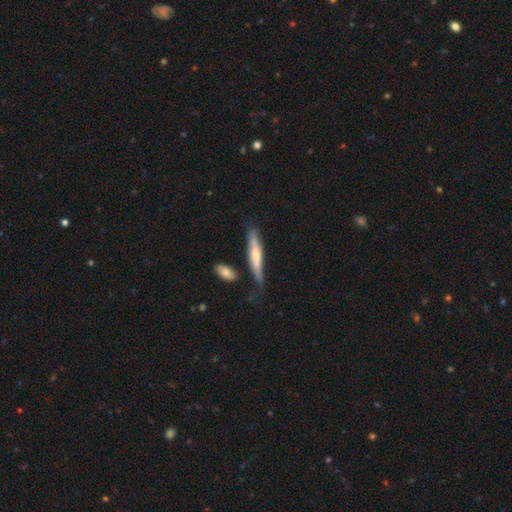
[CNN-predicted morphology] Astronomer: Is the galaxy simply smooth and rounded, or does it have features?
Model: smooth — 49% (runner-up: featured or disk, 45%).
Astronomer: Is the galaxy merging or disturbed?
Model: none — 68%.